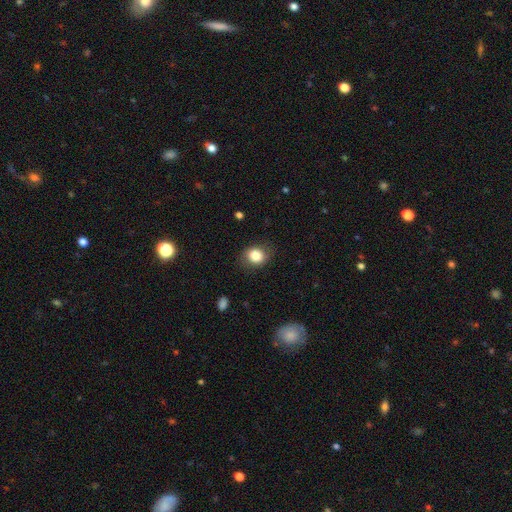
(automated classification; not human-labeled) This is clearly a smooth galaxy (83%). How rounded: likely round (60%). Merging: likely none (79%).